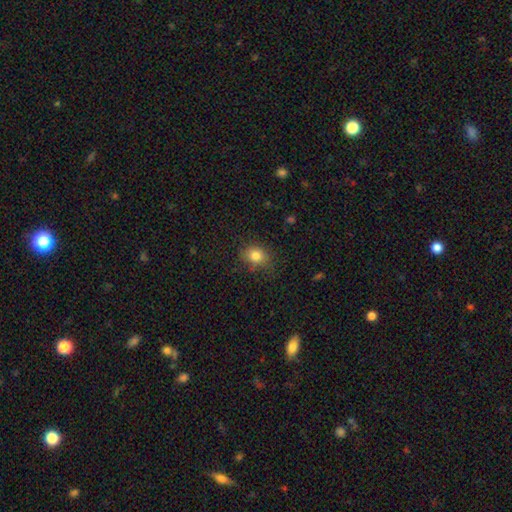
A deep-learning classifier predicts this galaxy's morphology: A smooth galaxy with no disk features (81%) that is round (57%).

Vote fractions:
- Smooth or featured? smooth: 81% / star or artifact: 12% / featured or disk: 7%
- How rounded? round: 57% / in between: 42% / cigar-shaped: 1%
- Merging? none: 77% / minor disturbance: 17% / major disturbance: 5% / merger: 1%